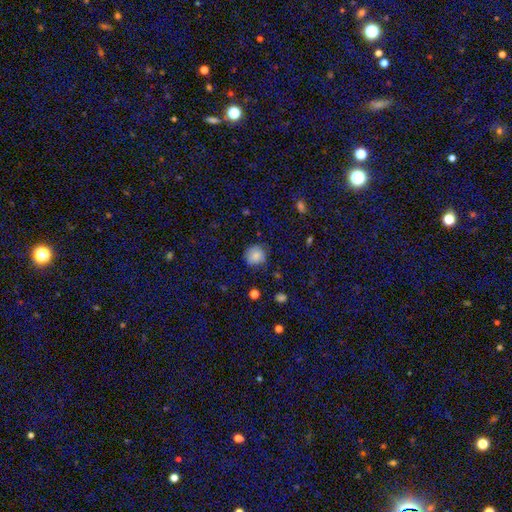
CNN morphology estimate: smooth_or_featured: smooth (p=0.83) [alt: star or artifact p=0.10]
how_rounded: round (p=0.89) [alt: in between p=0.10]
merging: none (p=0.78) [alt: minor disturbance p=0.16]